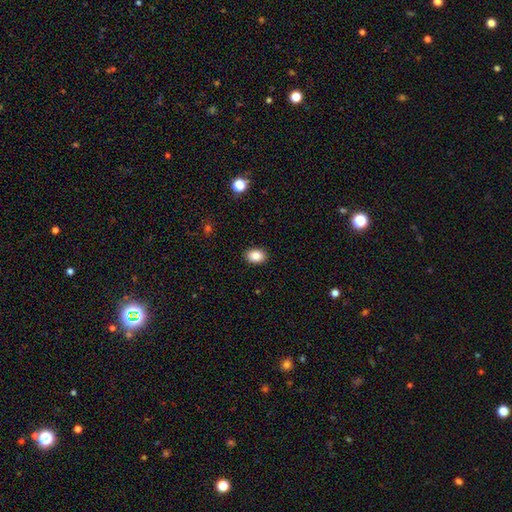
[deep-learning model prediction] A smooth galaxy with no disk features (86%) that is in between round and cigar-shaped (75%). Merging: none (90%).